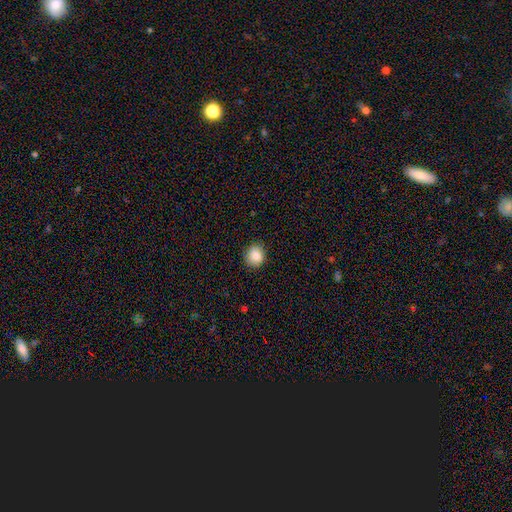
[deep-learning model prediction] Morphology: type=smooth (87%); roundness=round (75%); merging=none (87%).